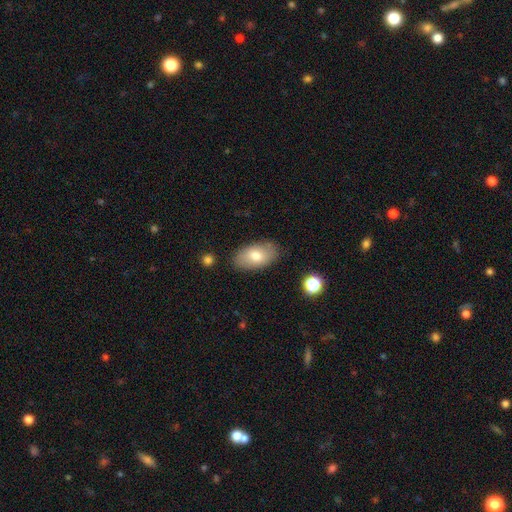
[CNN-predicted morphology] Smooth or featured?
  - smooth: 76% *
  - featured or disk: 17%
  - star or artifact: 7%
How rounded?
  - in between: 93% *
  - round: 5%
  - cigar-shaped: 2%
Merging?
  - none: 82% *
  - minor disturbance: 13%
  - major disturbance: 3%
  - merger: 2%